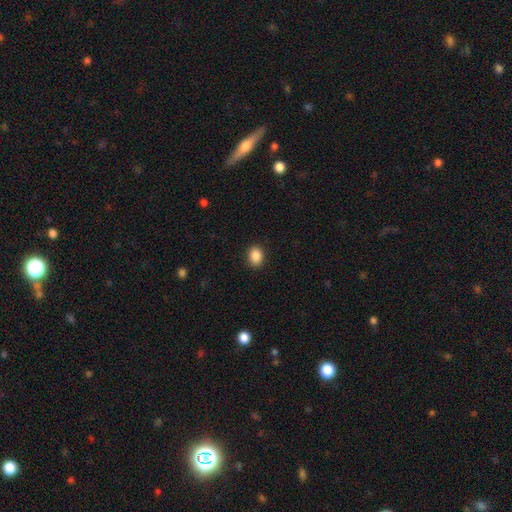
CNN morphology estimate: A smooth galaxy with no disk features (88%) that is in between round and cigar-shaped (61%).

Vote fractions:
- Smooth or featured? smooth: 88% / star or artifact: 9% / featured or disk: 3%
- How rounded? in between: 61% / round: 38% / cigar-shaped: 1%
- Merging? none: 90% / minor disturbance: 7% / major disturbance: 2% / merger: 1%